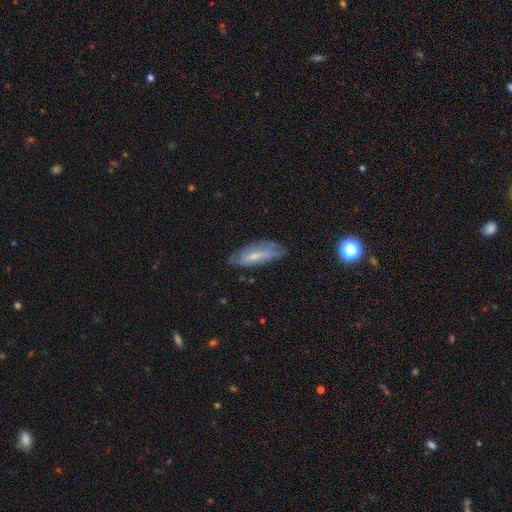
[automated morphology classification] This is possibly a smooth galaxy (52%). How rounded: likely in between (62%). Merging: likely none (63%).